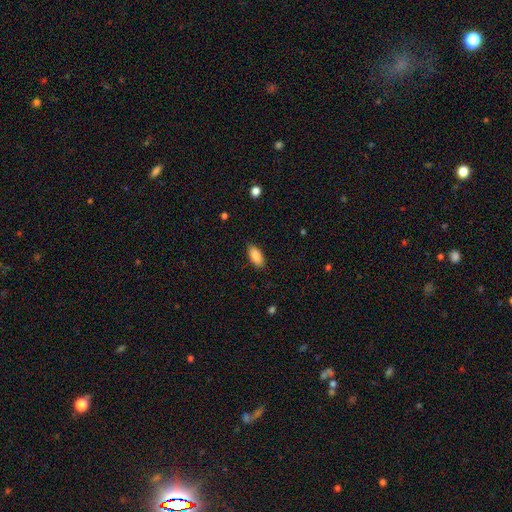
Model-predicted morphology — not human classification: Smooth or featured? Predicted: smooth (p=0.88). How rounded? Predicted: in between (p=0.88). Merging? Predicted: none (p=0.86).